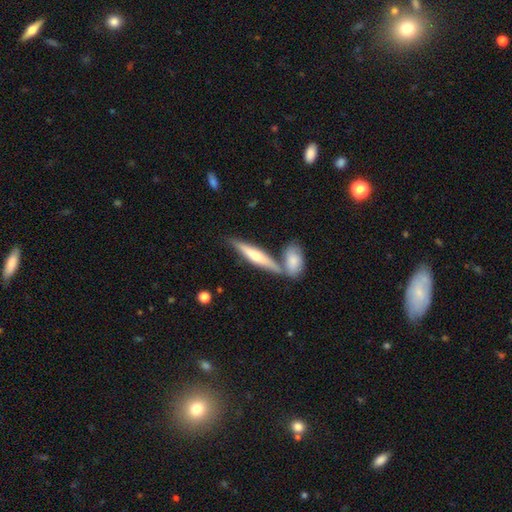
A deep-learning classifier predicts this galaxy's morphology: Smooth or featured?
  - featured or disk: 55% *
  - smooth: 39%
  - star or artifact: 6%
Edge-on disk?
  - yes: 94% *
  - no: 6%
Edge-on bulge?
  - rounded: 79% *
  - none: 12%
  - boxy: 9%
Merging?
  - none: 64% *
  - merger: 23%
  - minor disturbance: 10%
  - major disturbance: 3%